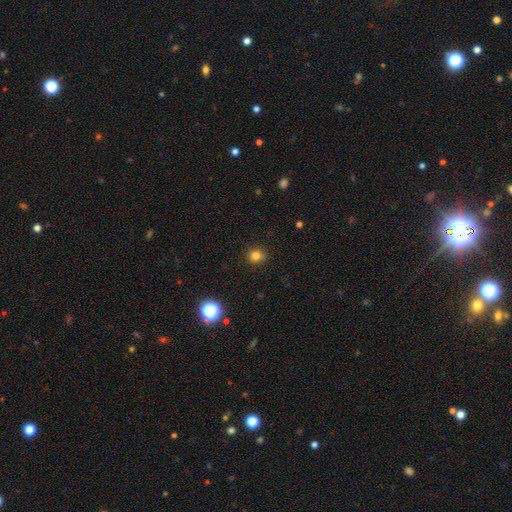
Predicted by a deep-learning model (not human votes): smooth 81%, star or artifact 14%, featured or disk 5%. Down the decision tree: how rounded — round (85%); merging — none (89%).